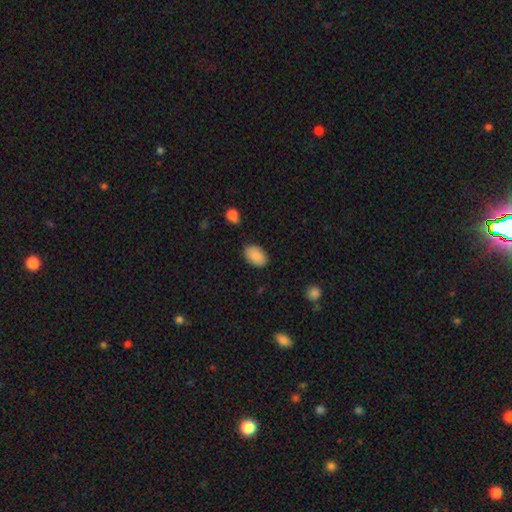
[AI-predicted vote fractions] This appears to be a smooth galaxy with no disk features (87%) that is in between round and cigar-shaped (89%). Merging: none (80%).